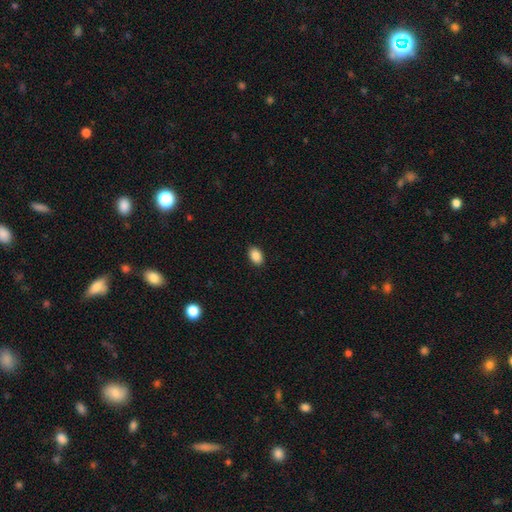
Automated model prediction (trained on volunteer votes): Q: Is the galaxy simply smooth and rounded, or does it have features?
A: smooth — 88%.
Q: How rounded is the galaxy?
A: in between — 87%.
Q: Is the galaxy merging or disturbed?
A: none — 90%.